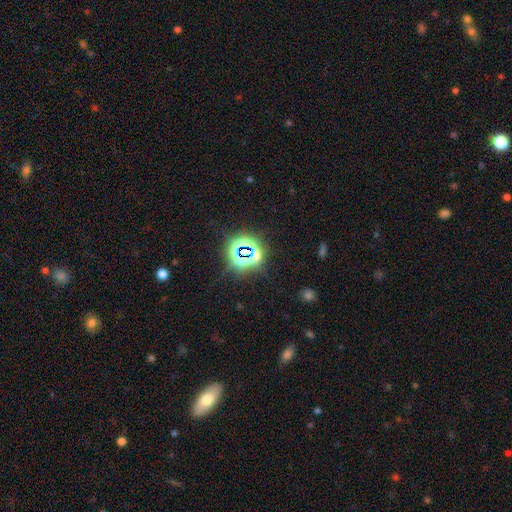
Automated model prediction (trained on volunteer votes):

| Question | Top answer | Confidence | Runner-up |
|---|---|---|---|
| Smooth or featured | star or artifact | 77% | smooth (15%) |